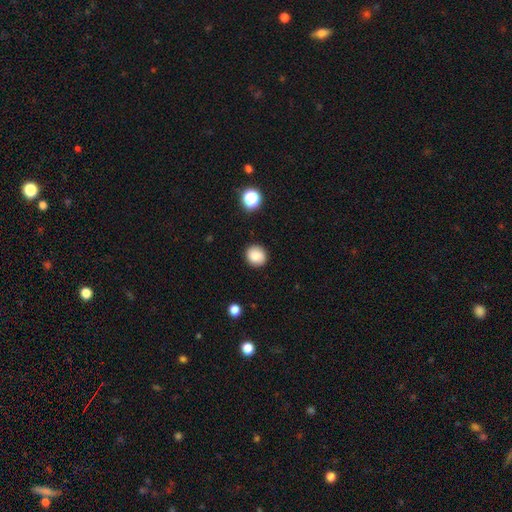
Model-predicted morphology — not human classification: Smooth or featured: smooth — 85% (star or artifact — 10%)
How rounded: round — 87% (in between — 13%)
Merging: none — 89% (minor disturbance — 8%)